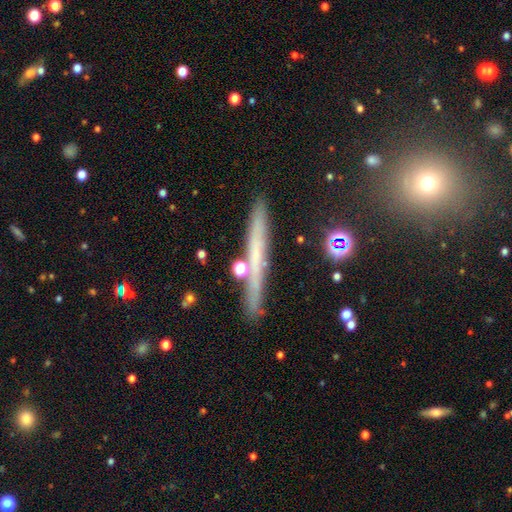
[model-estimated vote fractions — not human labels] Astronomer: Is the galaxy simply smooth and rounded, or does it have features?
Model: featured or disk — 50% (runner-up: smooth, 40%).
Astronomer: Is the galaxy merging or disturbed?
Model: none — 85%.